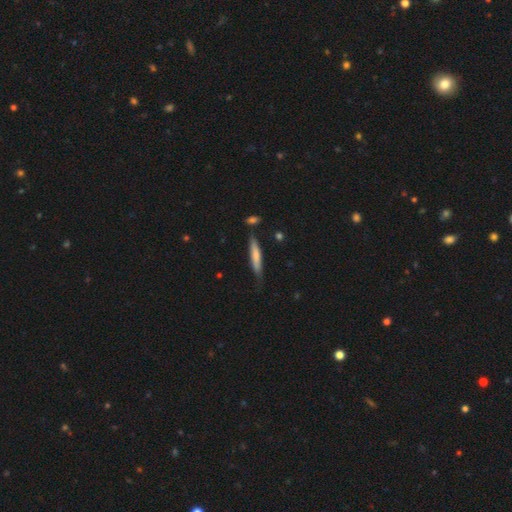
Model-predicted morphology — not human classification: Smooth or featured?
  - smooth: 69% *
  - featured or disk: 25%
  - star or artifact: 5%
How rounded?
  - cigar-shaped: 91% *
  - in between: 8%
  - round: 1%
Merging?
  - none: 72% *
  - minor disturbance: 21%
  - merger: 4%
  - major disturbance: 4%